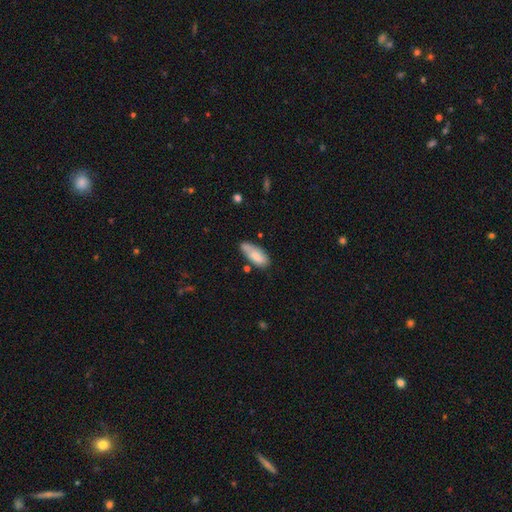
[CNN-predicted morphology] A smooth galaxy with no disk features (78%) that is in between round and cigar-shaped (81%).

Vote fractions:
- Smooth or featured? smooth: 78% / featured or disk: 16% / star or artifact: 7%
- How rounded? in between: 81% / cigar-shaped: 17% / round: 2%
- Merging? none: 53% / minor disturbance: 31% / merger: 9% / major disturbance: 7%